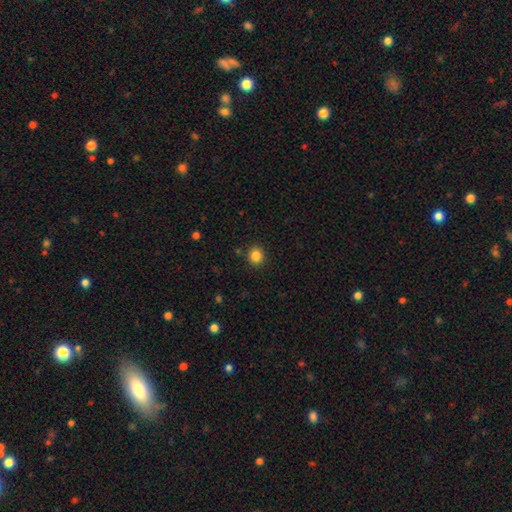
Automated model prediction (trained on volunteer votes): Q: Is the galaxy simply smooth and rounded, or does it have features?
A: smooth — 85%.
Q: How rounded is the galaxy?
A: round — 88%.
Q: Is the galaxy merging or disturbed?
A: none — 90%.